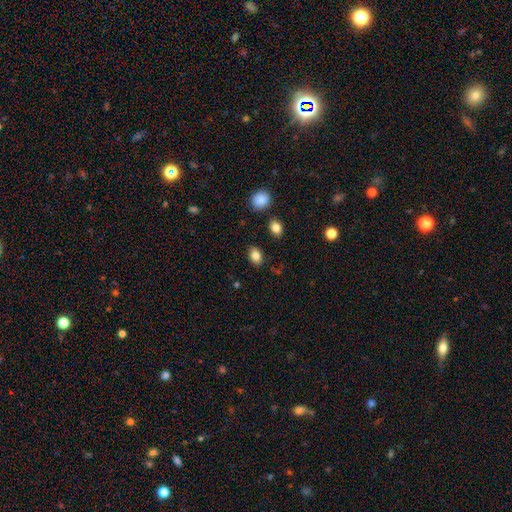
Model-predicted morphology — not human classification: This appears to be a smooth galaxy with no disk features (83%) that is in between round and cigar-shaped (73%). Merging: none (85%).